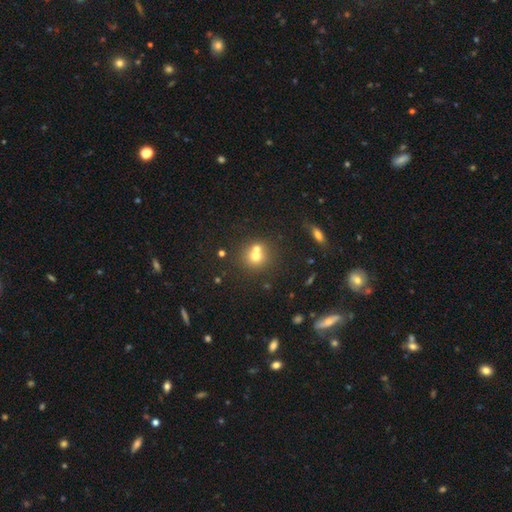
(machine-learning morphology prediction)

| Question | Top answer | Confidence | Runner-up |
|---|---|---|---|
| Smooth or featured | smooth | 68% | featured or disk (18%) |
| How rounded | round | 85% | in between (14%) |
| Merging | merger | 45% | none (44%) |